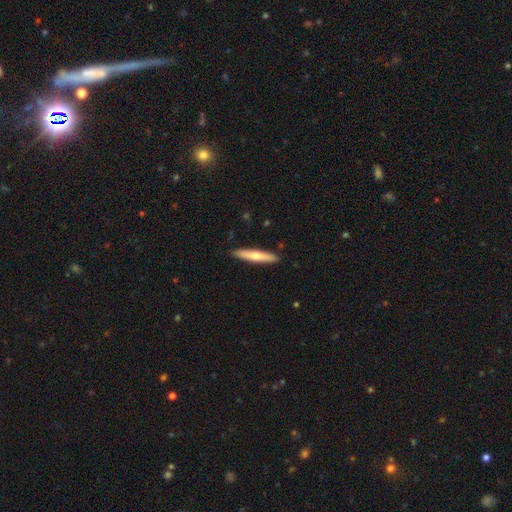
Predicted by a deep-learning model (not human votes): smooth 60%, featured or disk 35%, star or artifact 5%. Down the decision tree: how rounded — cigar-shaped (90%); merging — none (90%).